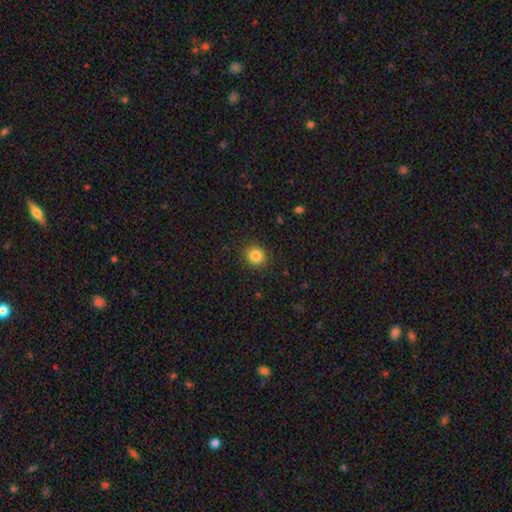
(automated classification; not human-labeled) Smooth or featured?
  - smooth: 84% *
  - star or artifact: 11%
  - featured or disk: 5%
How rounded?
  - round: 84% *
  - in between: 15%
  - cigar-shaped: 1%
Merging?
  - none: 90% *
  - minor disturbance: 7%
  - major disturbance: 2%
  - merger: 1%